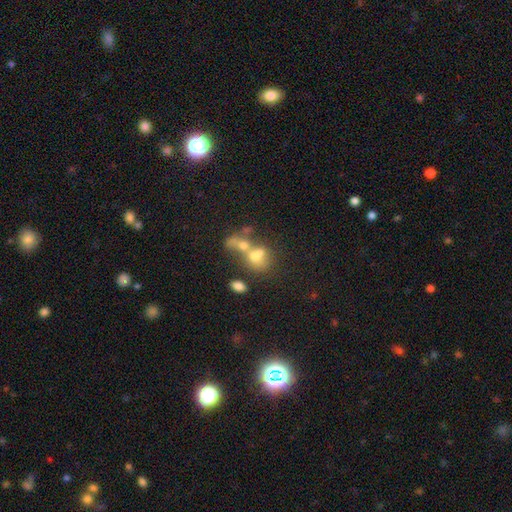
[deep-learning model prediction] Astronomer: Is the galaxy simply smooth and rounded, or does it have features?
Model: smooth — 55% (runner-up: featured or disk, 30%).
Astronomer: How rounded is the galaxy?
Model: in between — 53% (runner-up: round, 44%).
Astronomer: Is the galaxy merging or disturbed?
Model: merger — 68%.